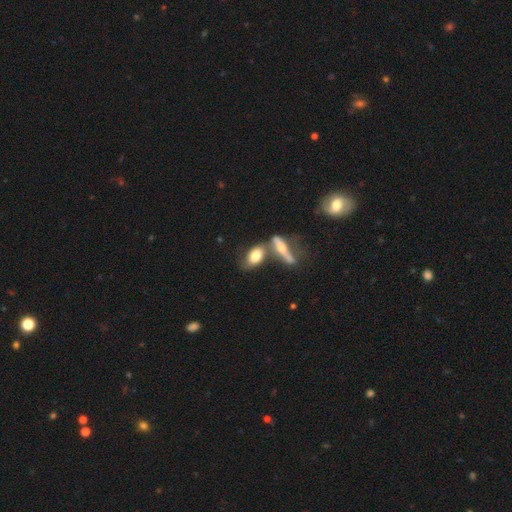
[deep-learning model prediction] smooth 67%, featured or disk 26%, star or artifact 7%. Down the decision tree: how rounded — in between (84%); merging — merger (47%).